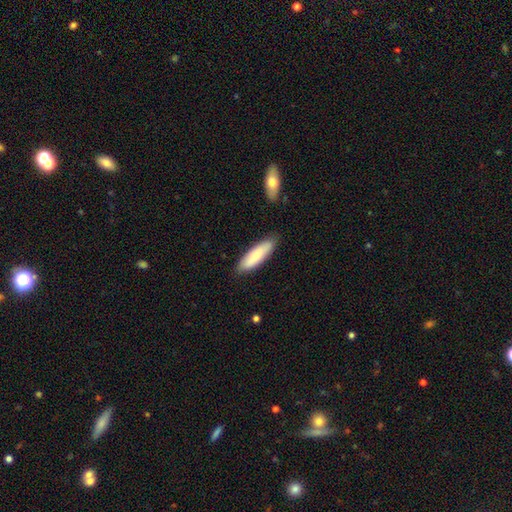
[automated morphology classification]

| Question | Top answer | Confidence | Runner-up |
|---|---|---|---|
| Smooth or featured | smooth | 73% | featured or disk (22%) |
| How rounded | cigar-shaped | 54% | in between (45%) |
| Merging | none | 85% | minor disturbance (11%) |